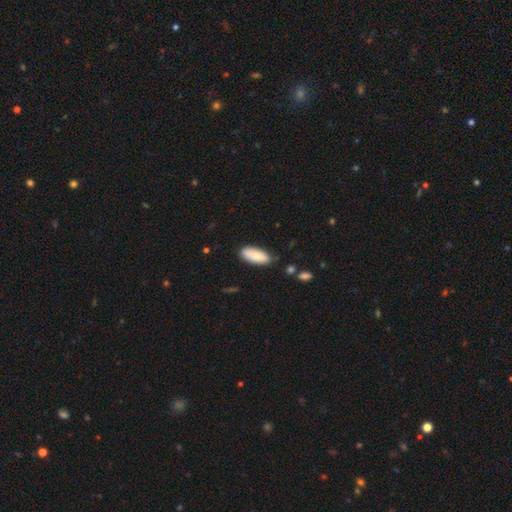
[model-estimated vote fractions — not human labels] Smooth or featured? smooth (78%)
How rounded? in between (80%)
Merging? none (81%)